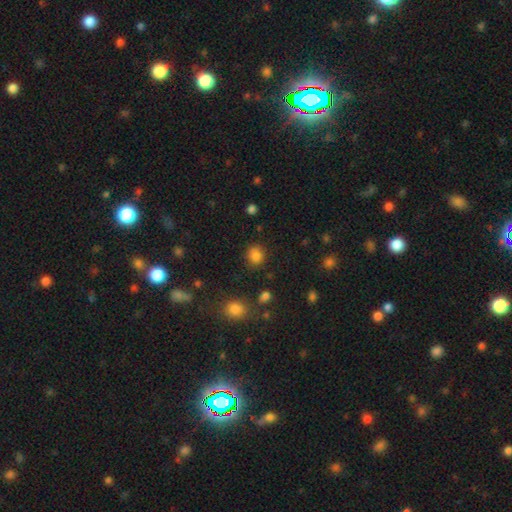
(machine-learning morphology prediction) A smooth galaxy with no disk features (82%) that is round (77%). Merging: none (81%).